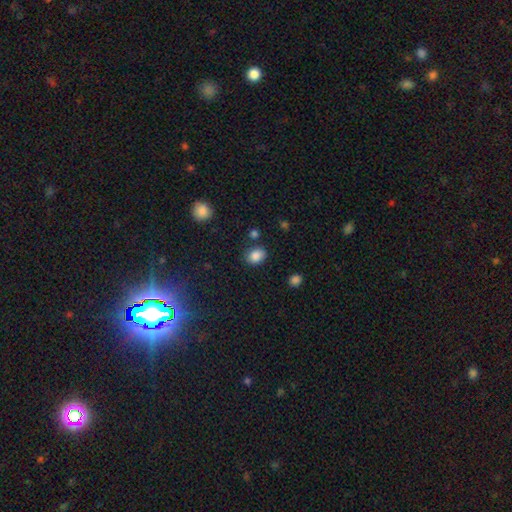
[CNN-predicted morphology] This is clearly a smooth galaxy (86%). How rounded: possibly in between (60%). Merging: likely none (76%).